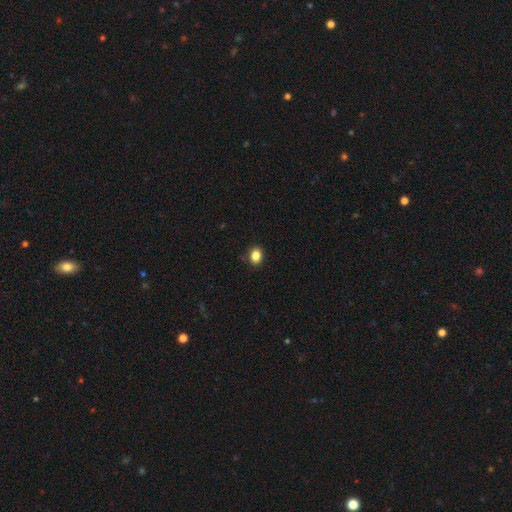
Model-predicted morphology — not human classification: This is clearly a smooth galaxy (85%). How rounded: possibly round (51%). Merging: clearly none (87%).